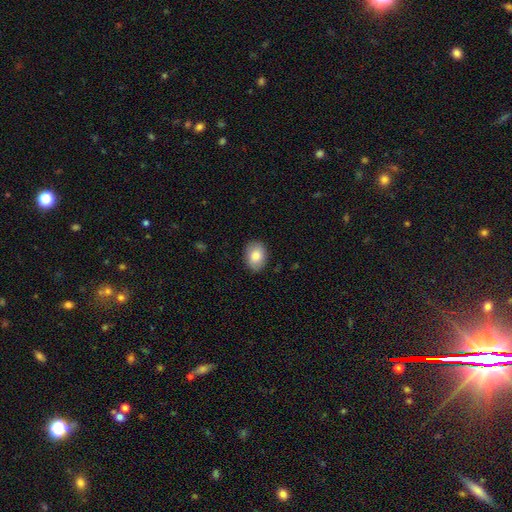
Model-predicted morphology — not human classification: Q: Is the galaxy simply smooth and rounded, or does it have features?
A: smooth — 83%.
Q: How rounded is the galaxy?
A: in between — 70%.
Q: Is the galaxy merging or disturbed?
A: none — 86%.